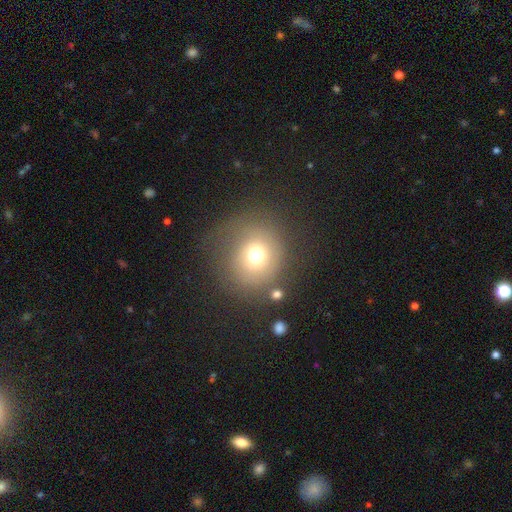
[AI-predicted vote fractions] Smooth or featured? Predicted: smooth (p=0.68). How rounded? Predicted: round (p=0.87). Merging? Predicted: none (p=0.66).